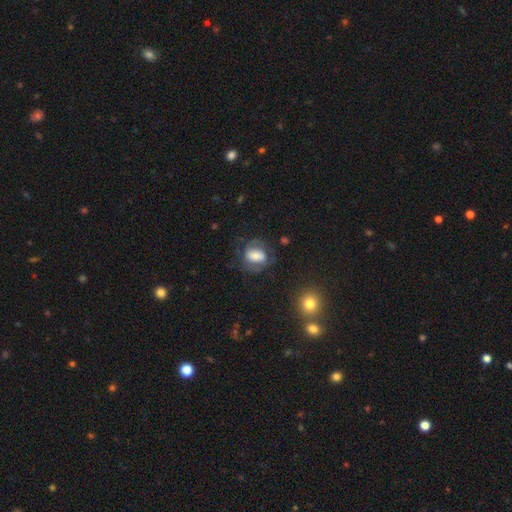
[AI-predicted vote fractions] Smooth or featured? Predicted: smooth (p=0.54). How rounded? Predicted: in between (p=0.64). Merging? Predicted: none (p=0.58).